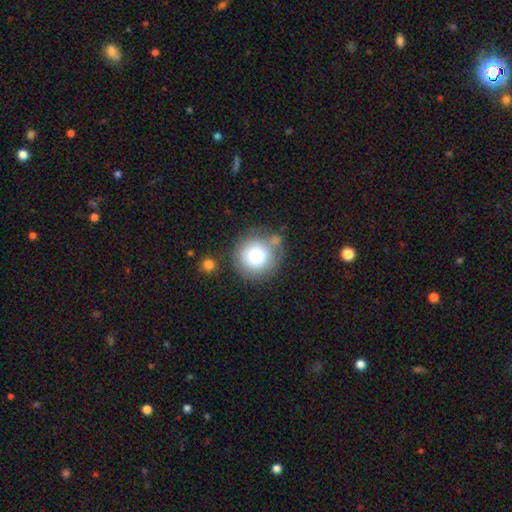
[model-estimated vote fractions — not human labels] smooth 77%, featured or disk 14%, star or artifact 9%. Down the decision tree: how rounded — round (93%); merging — none (67%).